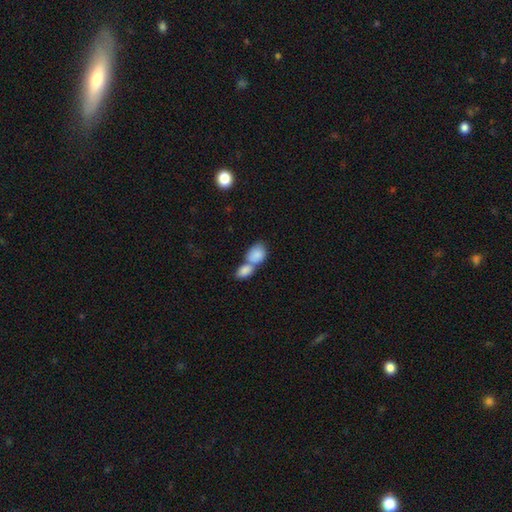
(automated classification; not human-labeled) Smooth or featured: smooth — 85% (featured or disk — 9%)
How rounded: in between — 72% (round — 26%)
Merging: merger — 73% (none — 18%)